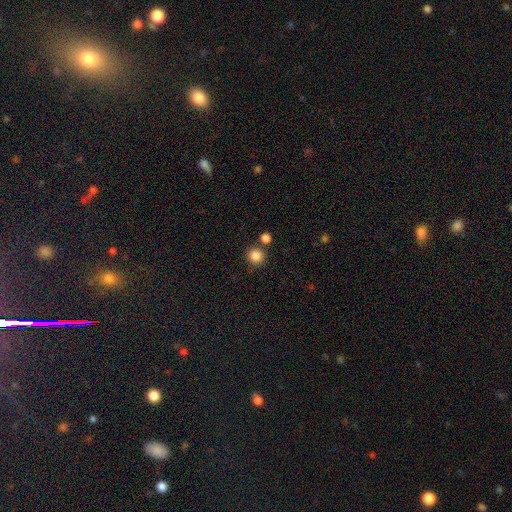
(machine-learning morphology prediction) Smooth or featured: smooth — 86% (star or artifact — 10%)
How rounded: round — 93% (in between — 6%)
Merging: none — 79% (merger — 11%)